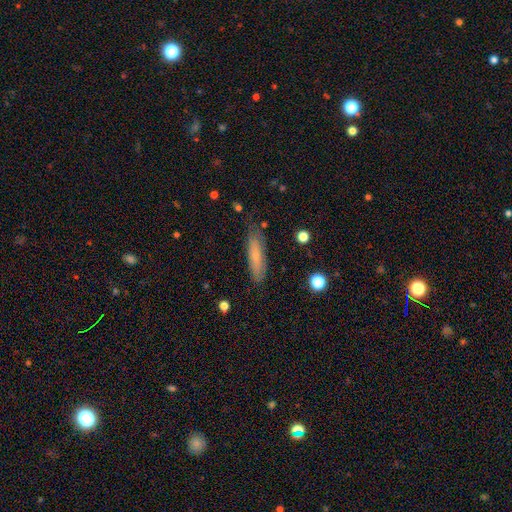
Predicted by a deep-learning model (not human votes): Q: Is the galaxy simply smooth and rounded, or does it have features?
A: smooth — 66%.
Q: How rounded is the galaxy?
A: cigar-shaped — 71%.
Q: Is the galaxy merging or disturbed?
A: none — 78%.